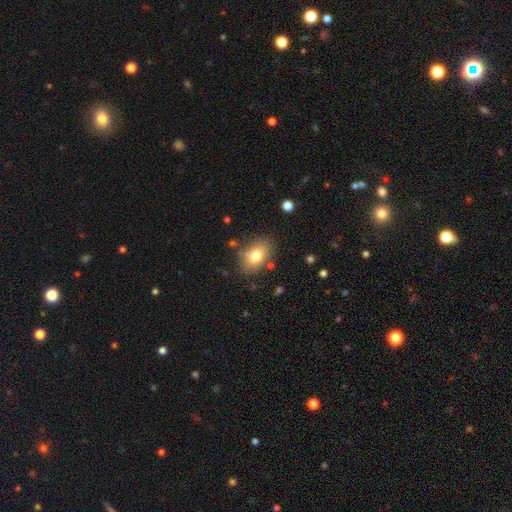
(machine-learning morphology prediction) Q: Smooth or featured?
A: smooth (76%); runner-up: featured or disk (15%)
Q: How rounded?
A: in between (84%); runner-up: round (14%)
Q: Merging?
A: none (78%); runner-up: minor disturbance (14%)